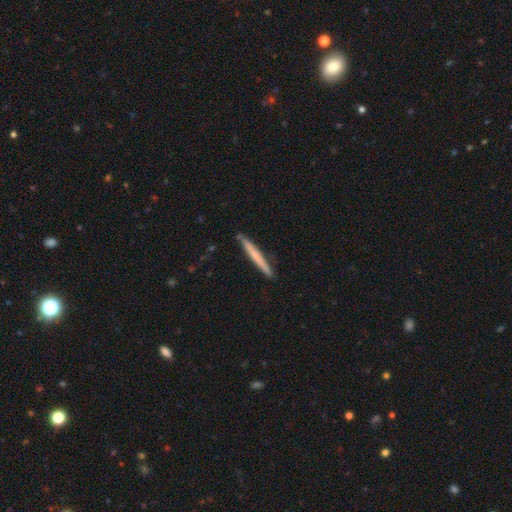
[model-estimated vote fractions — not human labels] The model was most divided on "smooth or featured": smooth: 59%, featured or disk: 36%, star or artifact: 5%. More confident: how rounded — cigar-shaped (97%); merging — none (90%).